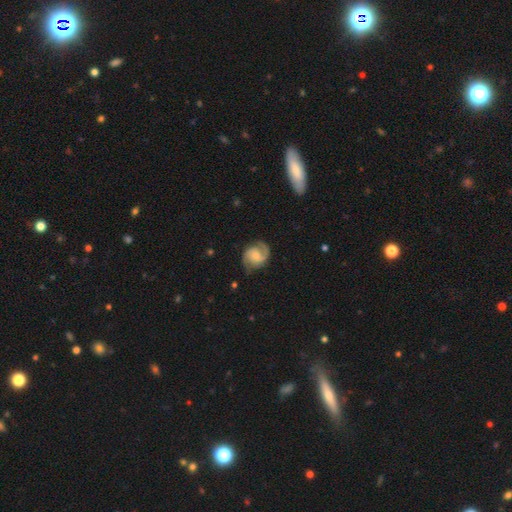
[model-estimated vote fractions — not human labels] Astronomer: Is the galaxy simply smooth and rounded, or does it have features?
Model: featured or disk — 83%.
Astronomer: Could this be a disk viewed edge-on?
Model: no — 98%.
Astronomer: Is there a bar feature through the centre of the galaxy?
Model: no — 53% (runner-up: weak, 38%).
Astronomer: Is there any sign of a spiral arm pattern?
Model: yes — 97%.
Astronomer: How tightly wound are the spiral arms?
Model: medium — 53%.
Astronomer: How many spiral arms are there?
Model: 2 — 90%.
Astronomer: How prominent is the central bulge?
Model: small — 52% (runner-up: moderate, 35%).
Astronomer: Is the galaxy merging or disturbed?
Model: none — 76%.